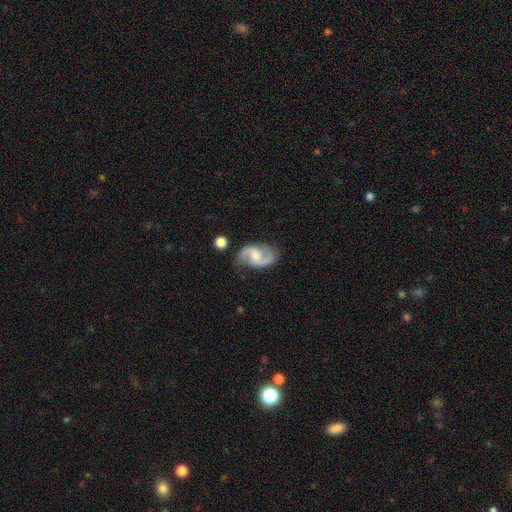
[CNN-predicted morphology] featured or disk 84%, smooth 11%, star or artifact 5%. Down the decision tree: edge-on disk — no (97%); bar — no (45%, tied with weak); spiral arms — yes (96%); spiral arm count — 2 (92%); spiral winding — medium (50%); bulge size — moderate (49%); merging — none (76%).